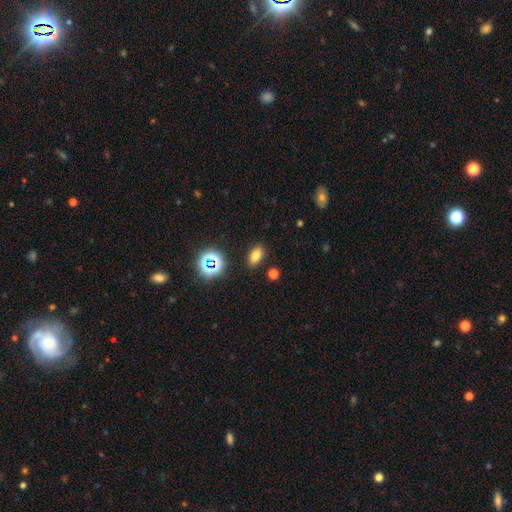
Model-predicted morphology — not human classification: Smooth or featured?
  - smooth: 73% *
  - star or artifact: 18%
  - featured or disk: 9%
How rounded?
  - in between: 84% *
  - round: 12%
  - cigar-shaped: 4%
Merging?
  - none: 87% *
  - minor disturbance: 8%
  - major disturbance: 3%
  - merger: 2%